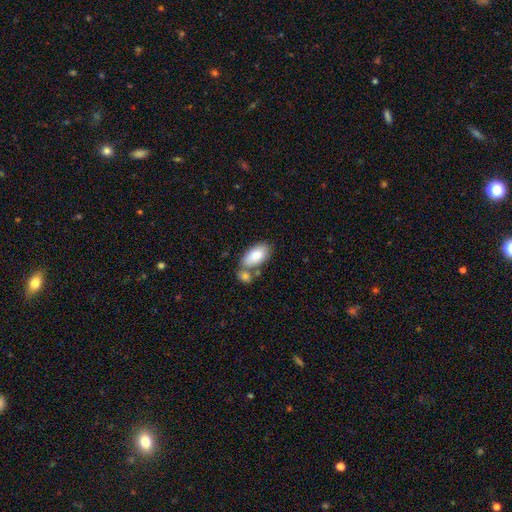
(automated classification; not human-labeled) Smooth or featured? smooth (82%)
How rounded? in between (94%)
Merging? none (51%)